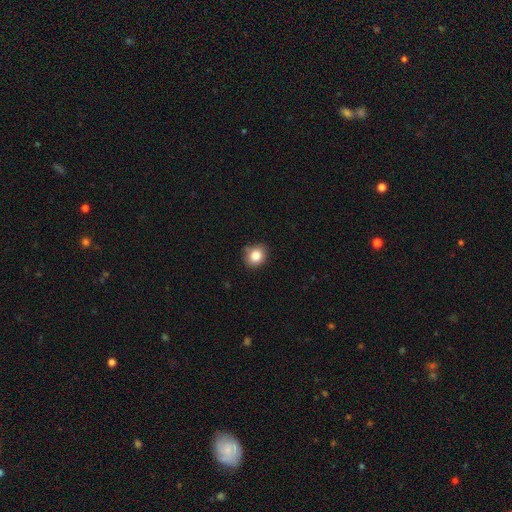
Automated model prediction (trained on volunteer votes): A smooth galaxy with no disk features (84%) that is round (67%).

Vote fractions:
- Smooth or featured? smooth: 84% / star or artifact: 10% / featured or disk: 6%
- How rounded? round: 67% / in between: 32% / cigar-shaped: 1%
- Merging? none: 79% / minor disturbance: 16% / major disturbance: 3% / merger: 2%